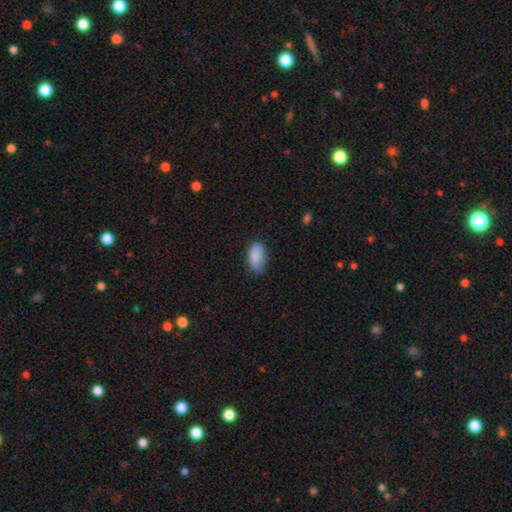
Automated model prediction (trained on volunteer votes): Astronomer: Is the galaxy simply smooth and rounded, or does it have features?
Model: smooth — 87%.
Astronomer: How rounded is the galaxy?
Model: in between — 94%.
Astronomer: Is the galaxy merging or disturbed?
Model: none — 66%.